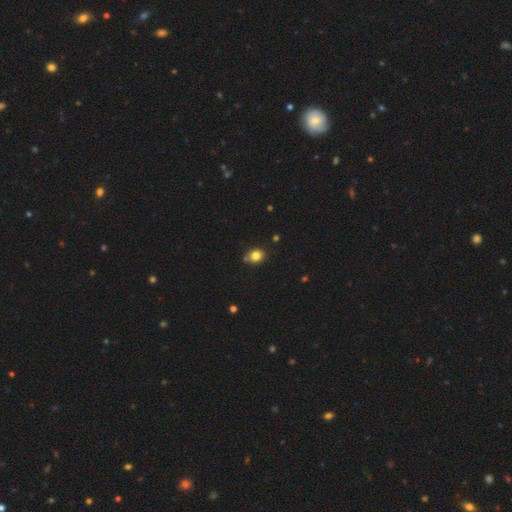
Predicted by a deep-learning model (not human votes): A smooth galaxy with no disk features (82%) that is round (76%). Merging: none (77%).